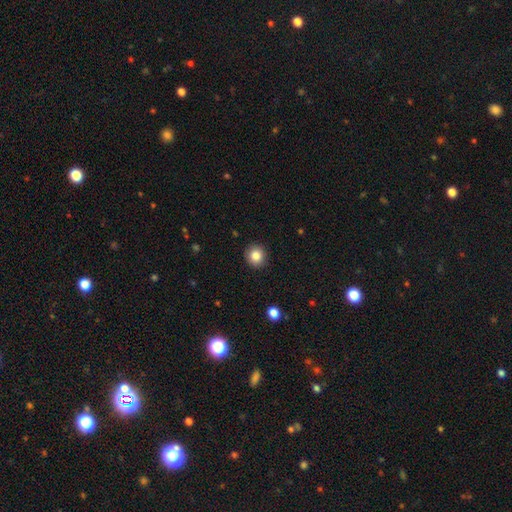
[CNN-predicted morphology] Smooth or featured: smooth — 85% (star or artifact — 10%)
How rounded: round — 88% (in between — 11%)
Merging: none — 91% (minor disturbance — 7%)